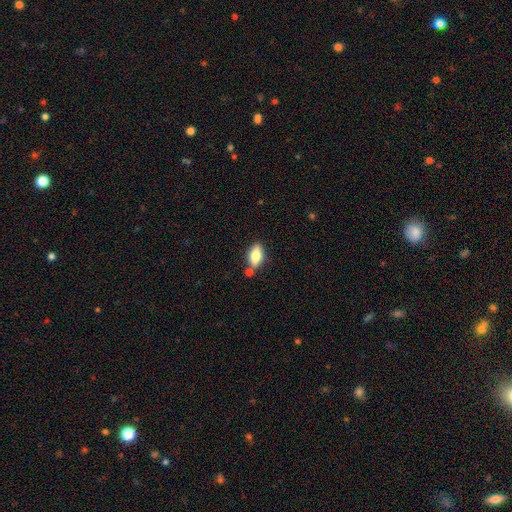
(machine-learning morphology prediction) Smooth or featured: smooth — 68% (featured or disk — 24%)
How rounded: in between — 84% (cigar-shaped — 10%)
Merging: none — 73% (minor disturbance — 13%)